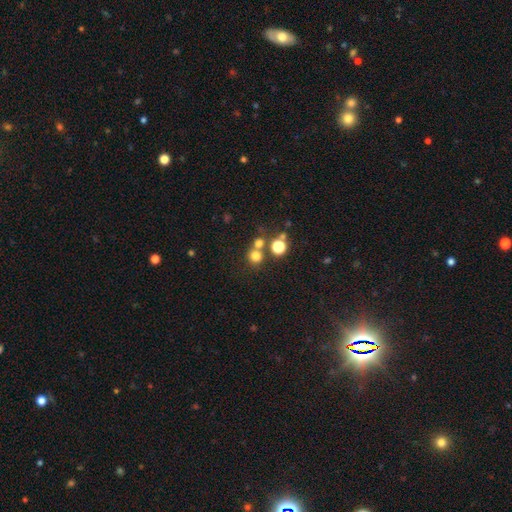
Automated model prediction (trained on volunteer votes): This appears to be a smooth galaxy with no disk features (72%) that is round (90%). Merging: none (61%).